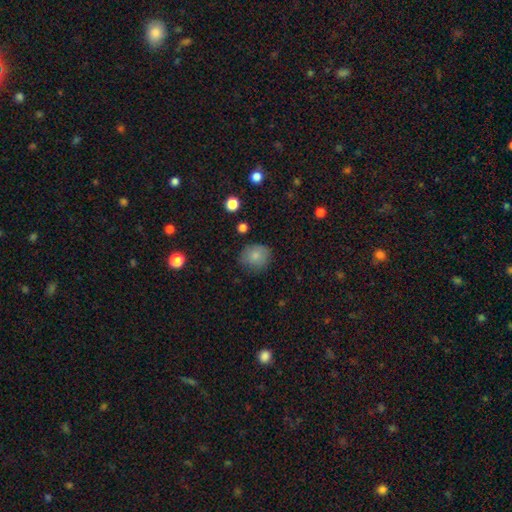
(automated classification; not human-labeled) Smooth or featured: smooth — 81% (featured or disk — 9%)
How rounded: round — 76% (in between — 23%)
Merging: none — 75% (minor disturbance — 19%)